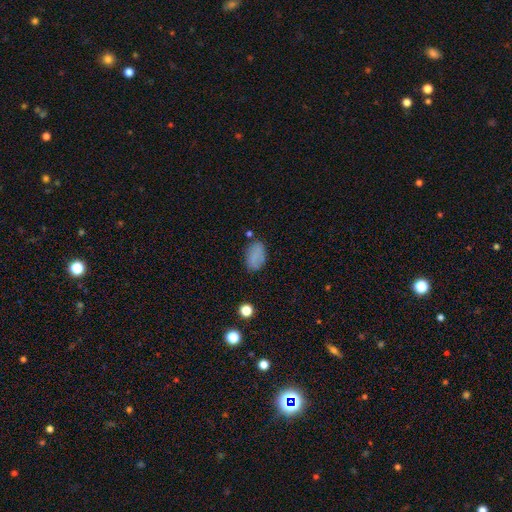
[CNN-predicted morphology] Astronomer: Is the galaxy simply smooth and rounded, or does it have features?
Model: smooth — 82%.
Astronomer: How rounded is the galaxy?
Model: in between — 90%.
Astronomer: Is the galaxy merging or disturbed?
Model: none — 75%.